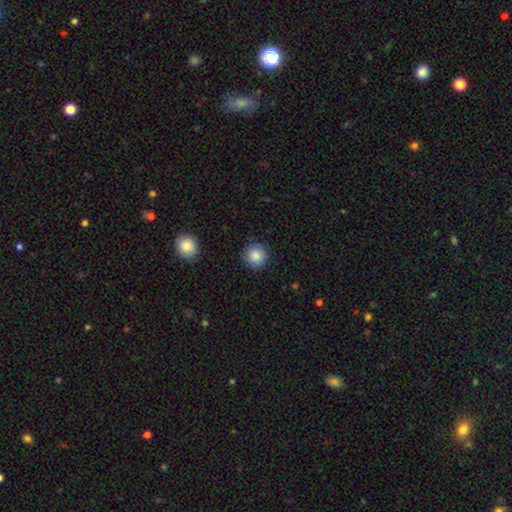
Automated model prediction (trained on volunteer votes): Overall: smooth (86%). How rounded: round (93%). Merging: none (89%).